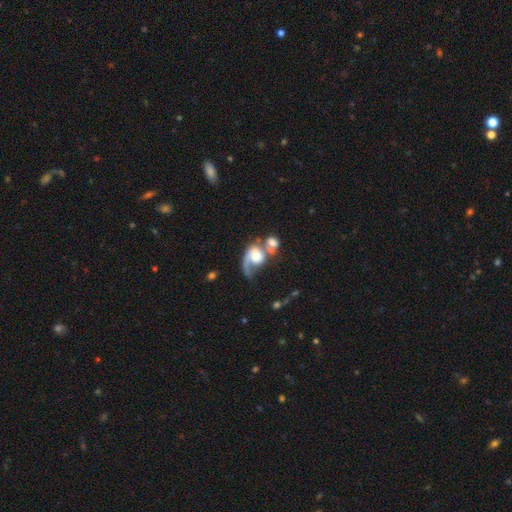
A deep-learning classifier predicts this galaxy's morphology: Smooth or featured? Predicted: featured or disk (p=0.64). Edge-on disk? Predicted: no (p=0.97). Bar? Predicted: no (p=0.72). Spiral arms? Predicted: yes (p=0.83). Spiral winding? Predicted: loose (p=0.53). Spiral arm count? Predicted: 1 (p=0.72). Bulge size? Predicted: large (p=0.35). Merging? Predicted: merger (p=0.52).